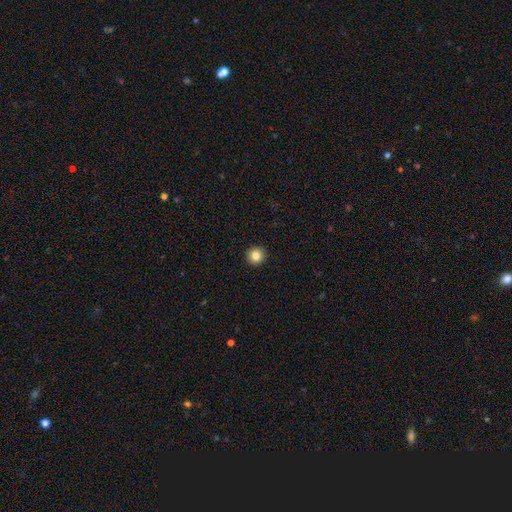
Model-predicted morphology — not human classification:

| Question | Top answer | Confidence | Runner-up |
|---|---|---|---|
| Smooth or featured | smooth | 84% | star or artifact (10%) |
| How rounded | round | 95% | in between (4%) |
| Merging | none | 94% | minor disturbance (4%) |